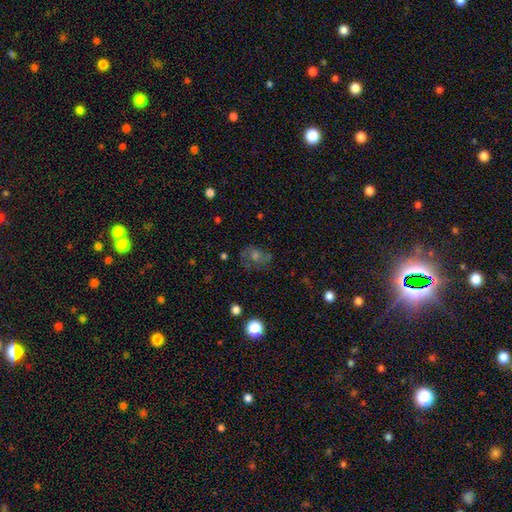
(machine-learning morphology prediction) Overall: featured or disk (47%; smooth 27%). Merging: none (72%).